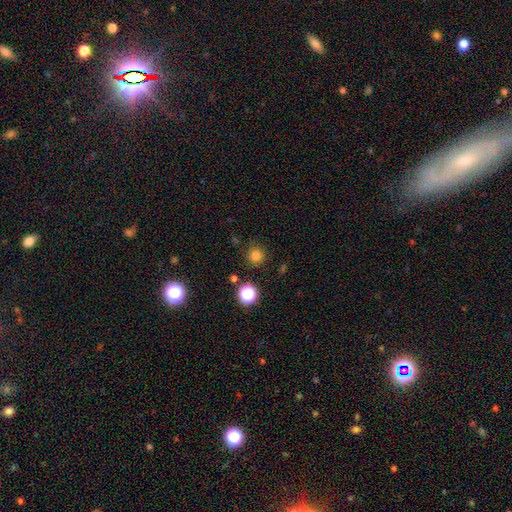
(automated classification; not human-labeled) This is likely a smooth galaxy (79%). How rounded: clearly round (95%). Merging: clearly none (88%).